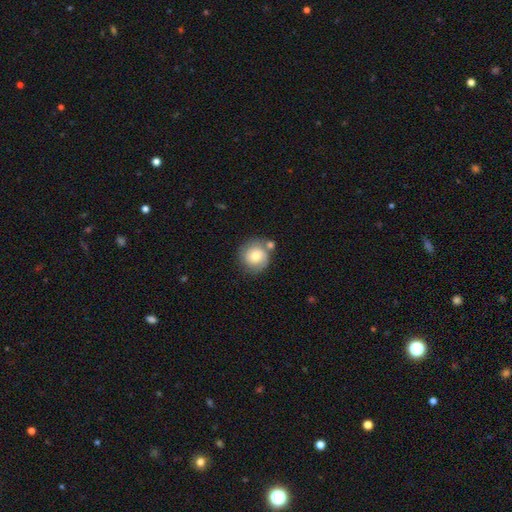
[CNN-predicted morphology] The model was most divided on "smooth or featured": smooth: 59%, featured or disk: 33%, star or artifact: 8%. More confident: how rounded — round (89%); merging — none (59%).